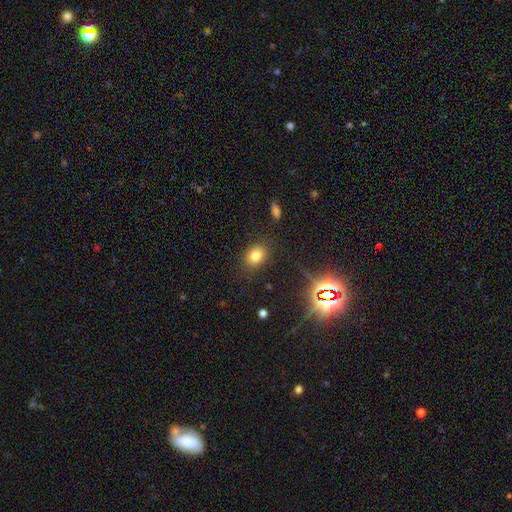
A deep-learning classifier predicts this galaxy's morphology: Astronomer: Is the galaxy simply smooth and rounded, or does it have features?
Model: smooth — 77%.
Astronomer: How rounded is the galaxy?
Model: in between — 62% (runner-up: round, 37%).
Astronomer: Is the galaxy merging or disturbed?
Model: none — 84%.